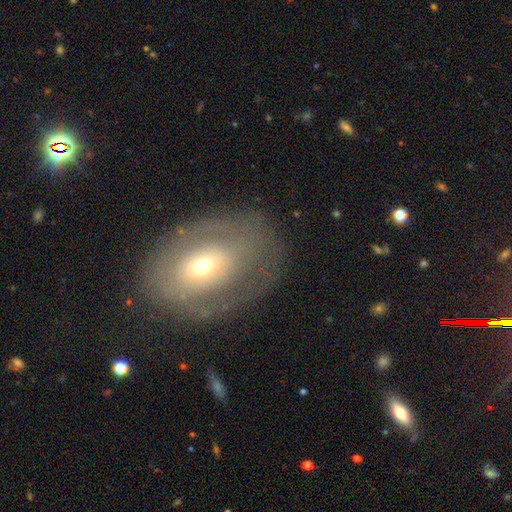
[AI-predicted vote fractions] Smooth or featured: featured or disk — 61% (smooth — 28%)
Edge-on disk: no — 92% (yes — 8%)
Bar: no — 56% (weak — 29%)
Spiral arms: no — 51% (yes — 49%)
Bulge size: moderate — 50% (small — 43%)
Merging: none — 74% (minor disturbance — 15%)